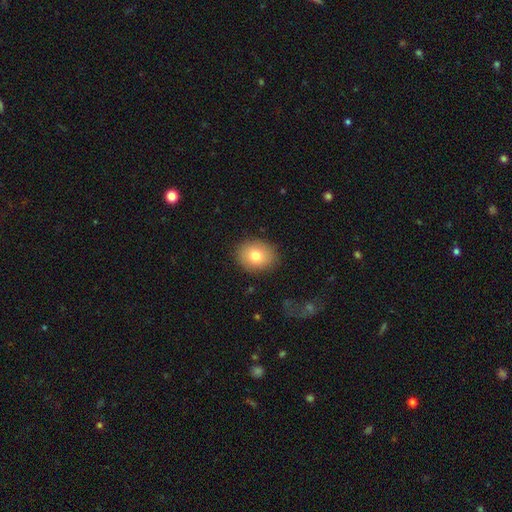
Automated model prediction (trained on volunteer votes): This is likely a smooth galaxy (78%). How rounded: possibly round (53%). Merging: clearly none (86%).